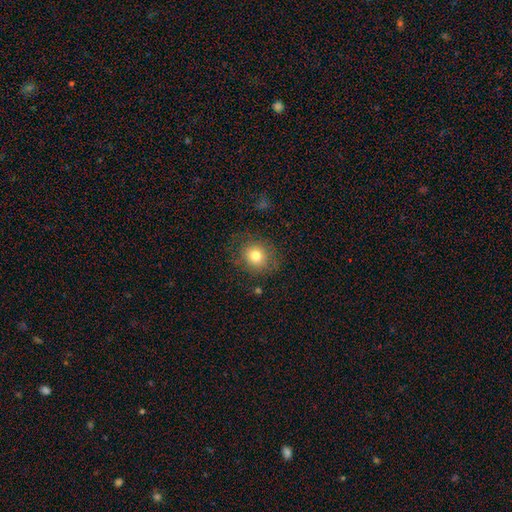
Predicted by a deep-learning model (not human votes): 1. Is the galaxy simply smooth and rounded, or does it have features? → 77% smooth, 12% featured or disk, 11% star or artifact.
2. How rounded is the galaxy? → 79% round, 20% in between, 1% cigar-shaped.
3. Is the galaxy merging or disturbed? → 78% none, 14% minor disturbance, 6% major disturbance, 1% merger.